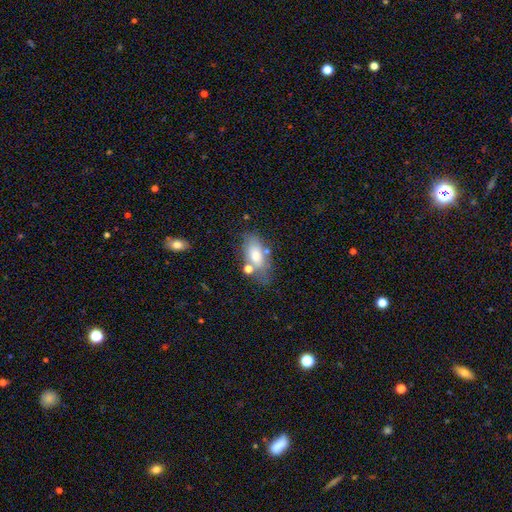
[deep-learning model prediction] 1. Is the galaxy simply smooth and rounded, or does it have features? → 70% smooth, 22% featured or disk, 8% star or artifact.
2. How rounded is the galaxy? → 89% in between, 7% cigar-shaped, 5% round.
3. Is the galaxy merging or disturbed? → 58% none, 21% minor disturbance, 12% merger, 8% major disturbance.